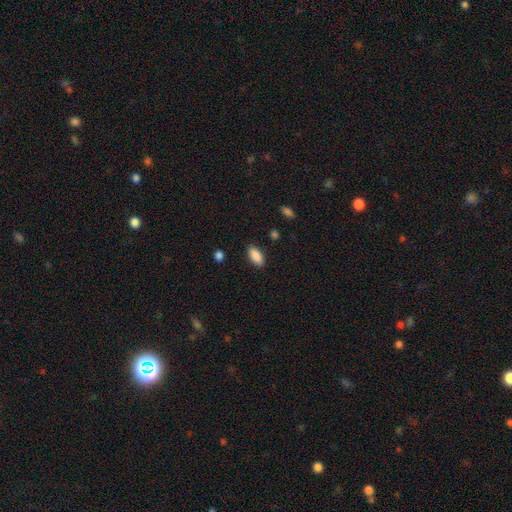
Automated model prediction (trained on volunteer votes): smooth-or-featured: smooth: 89% | star or artifact: 7% | featured or disk: 4%
  how-rounded: in between: 89% | cigar-shaped: 9% | round: 2%
  merging: none: 88% | minor disturbance: 9% | major disturbance: 2% | merger: 1%